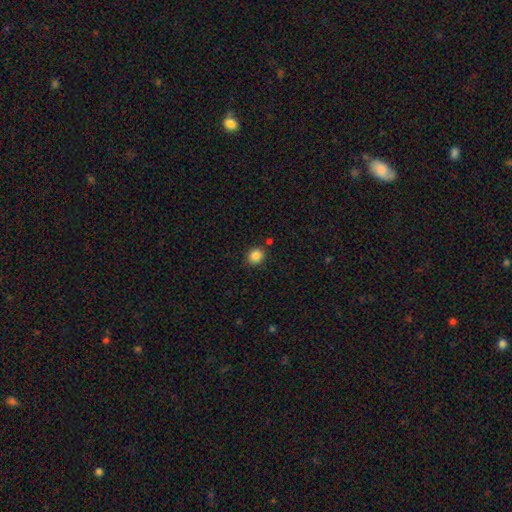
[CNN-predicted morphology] Smooth or featured: smooth — 86% (star or artifact — 10%)
How rounded: round — 82% (in between — 17%)
Merging: none — 83% (minor disturbance — 10%)